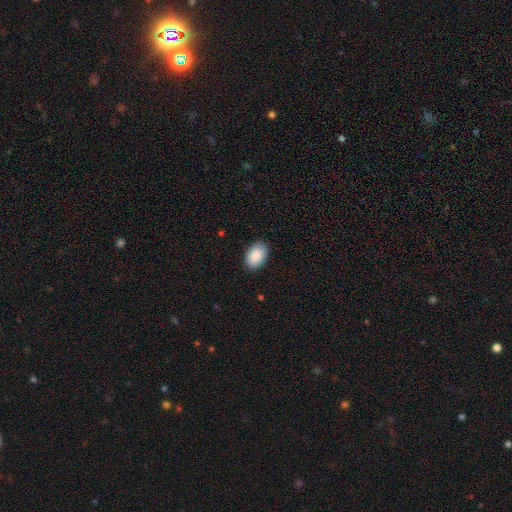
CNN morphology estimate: A smooth galaxy with no disk features (90%) that is in between round and cigar-shaped (91%).

Vote fractions:
- Smooth or featured? smooth: 90% / star or artifact: 6% / featured or disk: 4%
- How rounded? in between: 91% / round: 8% / cigar-shaped: 1%
- Merging? none: 88% / minor disturbance: 9% / major disturbance: 2% / merger: 1%